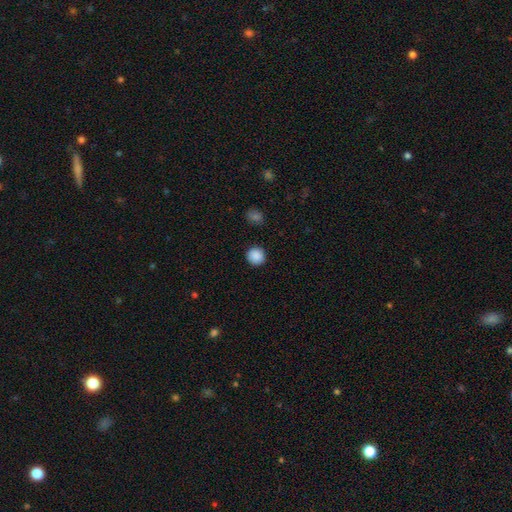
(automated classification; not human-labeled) Smooth or featured: smooth — 88% (star or artifact — 8%)
How rounded: round — 94% (in between — 5%)
Merging: none — 91% (minor disturbance — 6%)